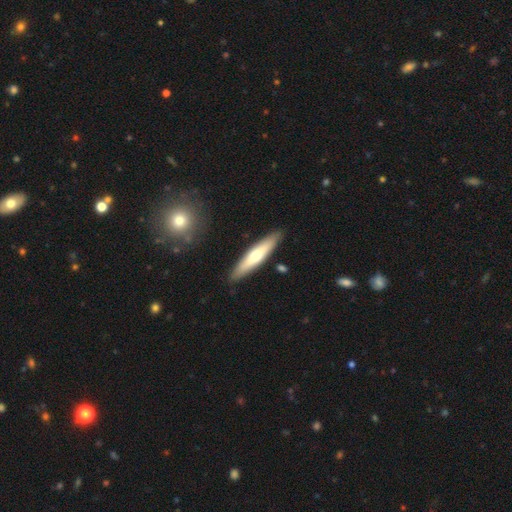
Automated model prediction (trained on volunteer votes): smooth_or_featured: smooth (p=0.54) [alt: featured or disk p=0.40]
how_rounded: cigar-shaped (p=0.80) [alt: in between p=0.18]
merging: none (p=0.88) [alt: minor disturbance p=0.09]